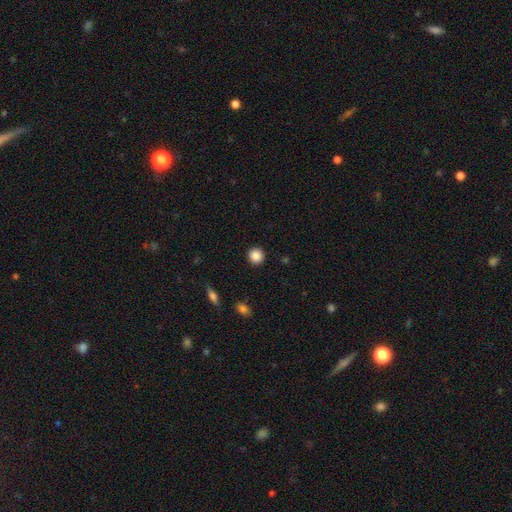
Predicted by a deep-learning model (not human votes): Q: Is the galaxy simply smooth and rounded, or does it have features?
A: smooth — 87%.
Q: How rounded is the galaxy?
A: round — 94%.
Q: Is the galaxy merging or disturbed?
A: none — 93%.